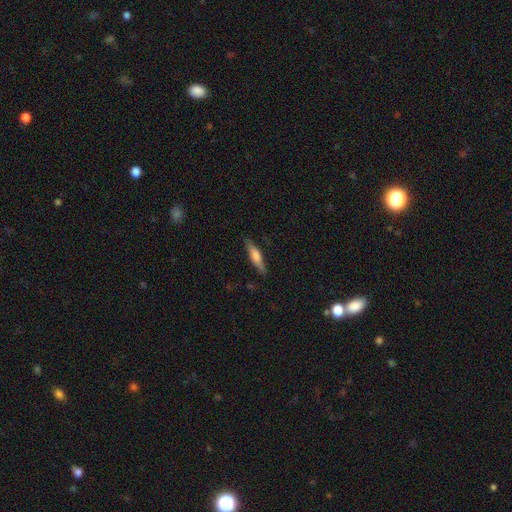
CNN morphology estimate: The model was most divided on "smooth or featured": smooth: 55%, featured or disk: 39%, star or artifact: 6%. More confident: merging — none (86%); how rounded — cigar-shaped (82%).